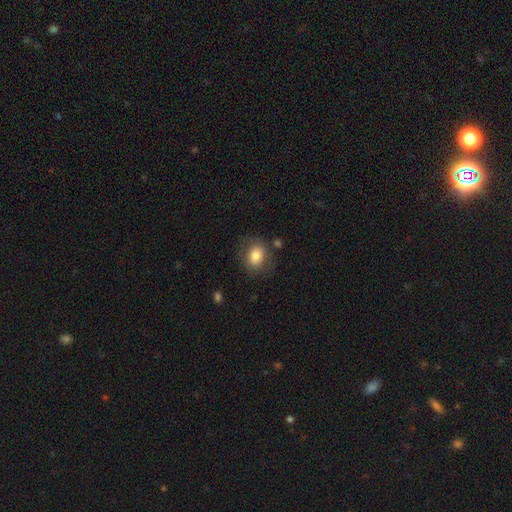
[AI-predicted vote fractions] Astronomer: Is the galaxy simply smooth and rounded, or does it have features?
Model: smooth — 78%.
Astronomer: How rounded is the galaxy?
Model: round — 52% (runner-up: in between, 47%).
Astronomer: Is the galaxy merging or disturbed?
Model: none — 76%.